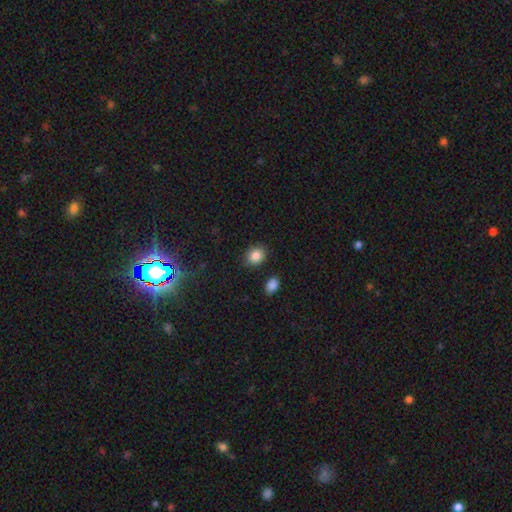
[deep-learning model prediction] Morphology: type=smooth (87%); roundness=round (55%); merging=none (84%).